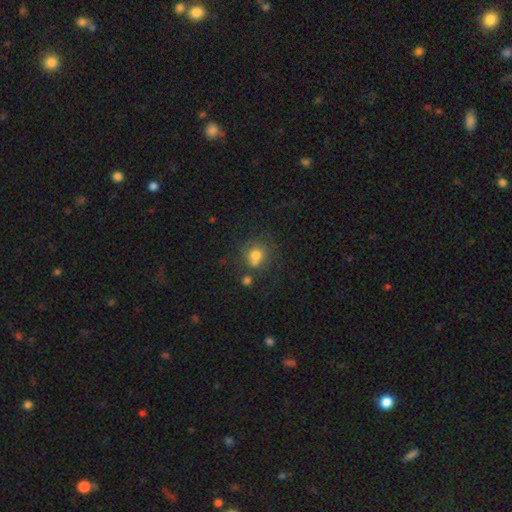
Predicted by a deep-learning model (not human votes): Smooth or featured? smooth (74%)
How rounded? round (82%)
Merging? none (52%)